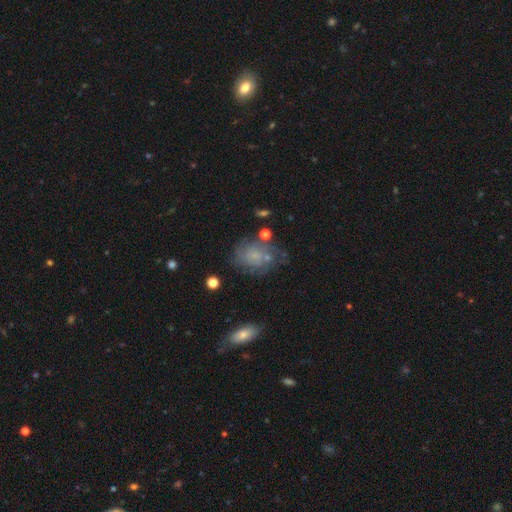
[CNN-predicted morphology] Smooth or featured: featured or disk — 47% (smooth — 40%)
Merging: none — 58% (minor disturbance — 22%)